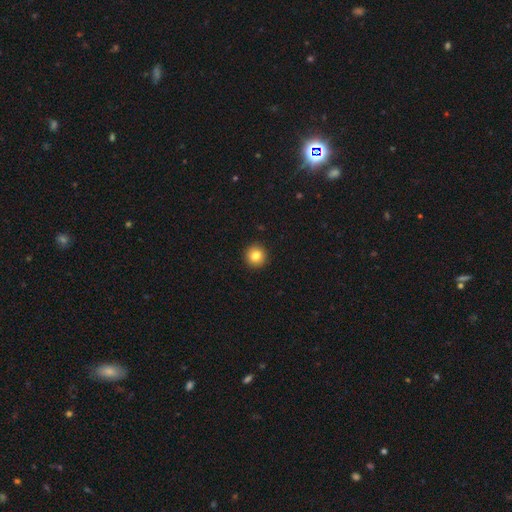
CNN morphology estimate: Smooth or featured: smooth — 83% (star or artifact — 10%)
How rounded: round — 94% (in between — 5%)
Merging: none — 93% (minor disturbance — 4%)